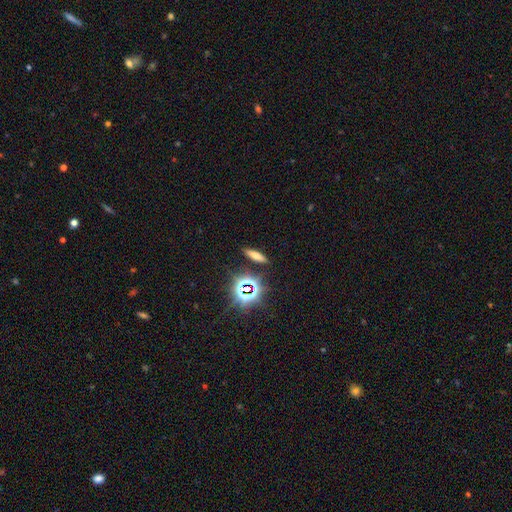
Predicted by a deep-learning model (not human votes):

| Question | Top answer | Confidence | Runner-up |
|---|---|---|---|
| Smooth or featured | smooth | 58% | star or artifact (26%) |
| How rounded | cigar-shaped | 66% | in between (28%) |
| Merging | none | 87% | minor disturbance (8%) |